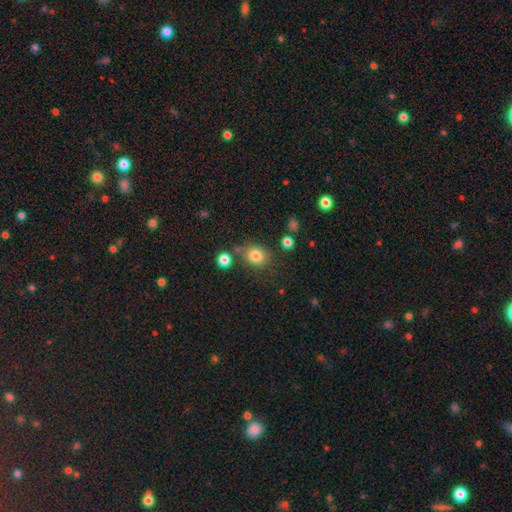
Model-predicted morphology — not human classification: smooth-or-featured: smooth: 81% | star or artifact: 12% | featured or disk: 7%
  how-rounded: round: 70% | in between: 29% | cigar-shaped: 1%
  merging: none: 69% | minor disturbance: 15% | merger: 10% | major disturbance: 5%